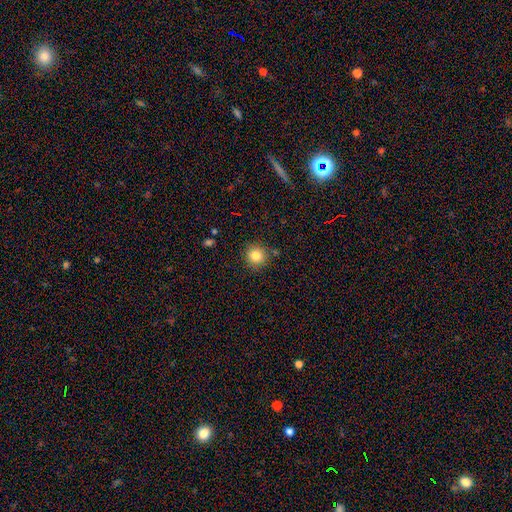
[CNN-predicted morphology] The model was most divided on "smooth or featured": smooth: 82%, star or artifact: 11%, featured or disk: 7%. More confident: how rounded — round (93%); merging — none (86%).